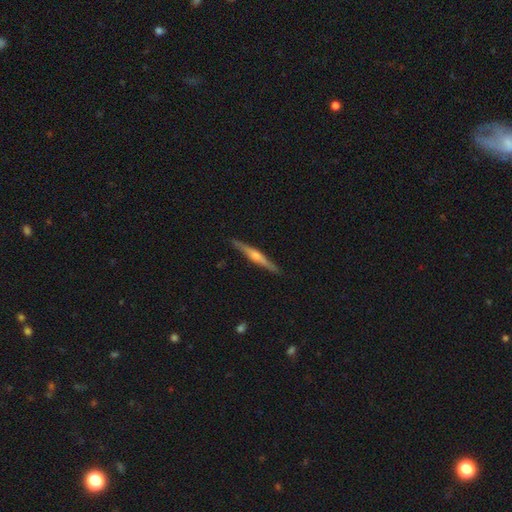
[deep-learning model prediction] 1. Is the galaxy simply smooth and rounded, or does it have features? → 74% featured or disk, 21% smooth, 5% star or artifact.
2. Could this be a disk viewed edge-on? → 98% yes, 2% no.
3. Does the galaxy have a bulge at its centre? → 85% rounded, 8% boxy, 7% none.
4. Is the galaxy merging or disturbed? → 91% none, 7% minor disturbance, 1% major disturbance, 1% merger.